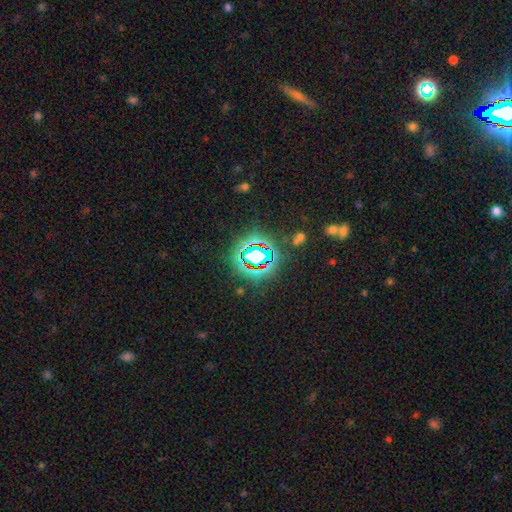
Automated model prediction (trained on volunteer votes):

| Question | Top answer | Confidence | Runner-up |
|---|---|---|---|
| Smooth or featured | star or artifact | 74% | smooth (16%) |